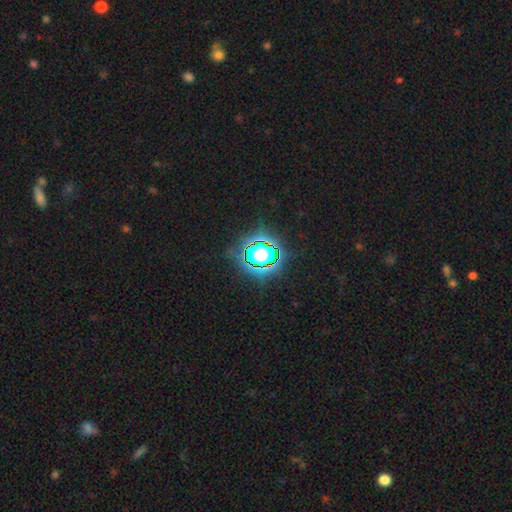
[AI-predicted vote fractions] Q: Smooth or featured?
A: star or artifact (79%); runner-up: smooth (13%)